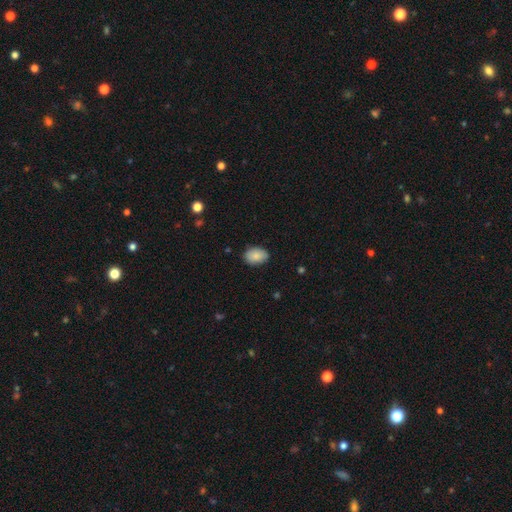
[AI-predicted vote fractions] smooth_or_featured: smooth (p=0.86) [alt: featured or disk p=0.07]
how_rounded: in between (p=0.81) [alt: round p=0.18]
merging: none (p=0.82) [alt: minor disturbance p=0.15]